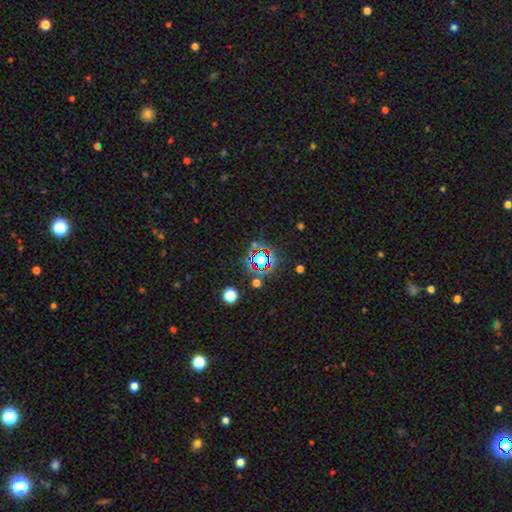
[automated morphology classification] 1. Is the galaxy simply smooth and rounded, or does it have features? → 73% star or artifact, 18% smooth, 9% featured or disk.